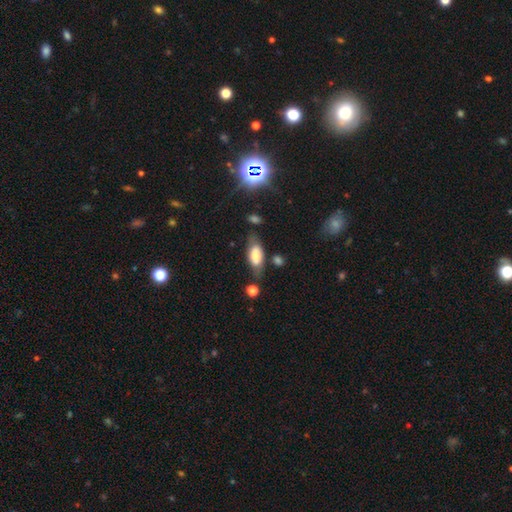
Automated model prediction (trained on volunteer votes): smooth 67%, featured or disk 24%, star or artifact 8%. Down the decision tree: how rounded — in between (84%); merging — none (62%).